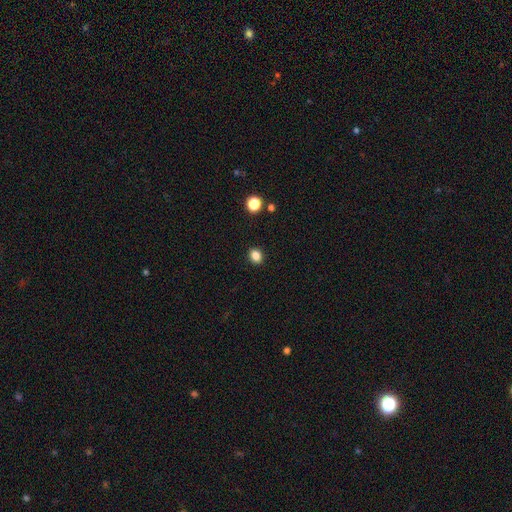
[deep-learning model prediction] A smooth galaxy with no disk features (85%) that is round (55%).

Vote fractions:
- Smooth or featured? smooth: 85% / star or artifact: 11% / featured or disk: 4%
- How rounded? round: 55% / in between: 44% / cigar-shaped: 1%
- Merging? none: 91% / minor disturbance: 6% / major disturbance: 2% / merger: 1%